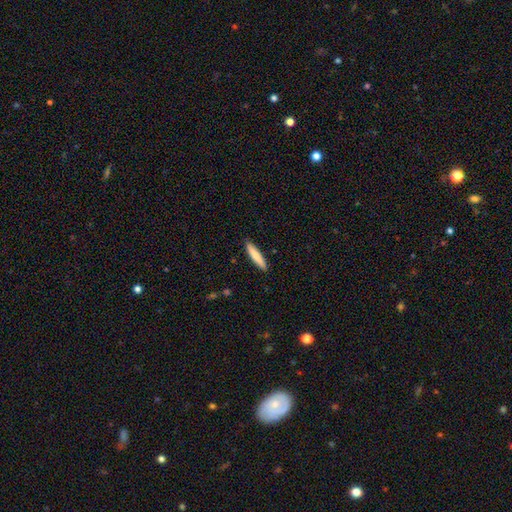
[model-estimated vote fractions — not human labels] A smooth galaxy with no disk features (77%) that is cigar-shaped (89%).

Vote fractions:
- Smooth or featured? smooth: 77% / featured or disk: 18% / star or artifact: 5%
- How rounded? cigar-shaped: 89% / in between: 10% / round: 1%
- Merging? none: 90% / minor disturbance: 7% / major disturbance: 1% / merger: 1%